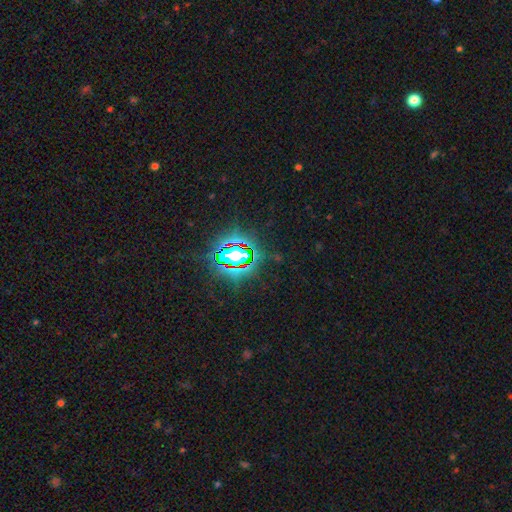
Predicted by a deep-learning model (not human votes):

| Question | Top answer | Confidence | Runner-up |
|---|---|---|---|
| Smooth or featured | star or artifact | 80% | smooth (11%) |